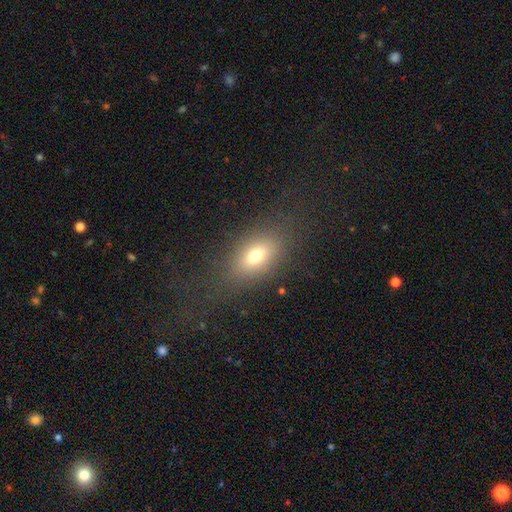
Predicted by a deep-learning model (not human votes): The model was most divided on "smooth or featured": smooth: 70%, featured or disk: 17%, star or artifact: 13%. More confident: how rounded — in between (80%); merging — none (75%).